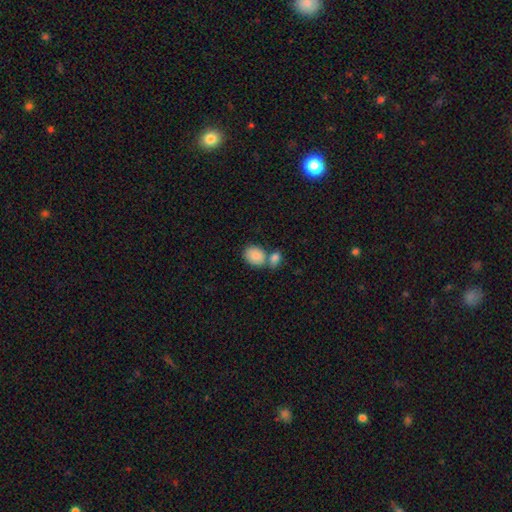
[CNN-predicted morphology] Smooth or featured?
  - smooth: 85% *
  - star or artifact: 7%
  - featured or disk: 7%
How rounded?
  - in between: 63% *
  - round: 36%
  - cigar-shaped: 1%
Merging?
  - merger: 44% *
  - none: 42%
  - minor disturbance: 11%
  - major disturbance: 4%